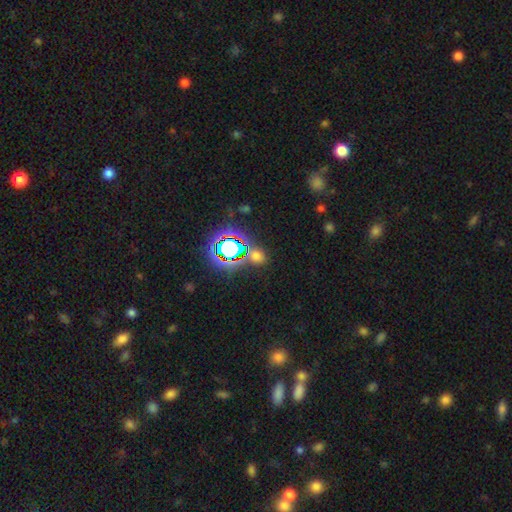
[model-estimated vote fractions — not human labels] A smooth galaxy with no disk features (50%). Merging: none (75%).